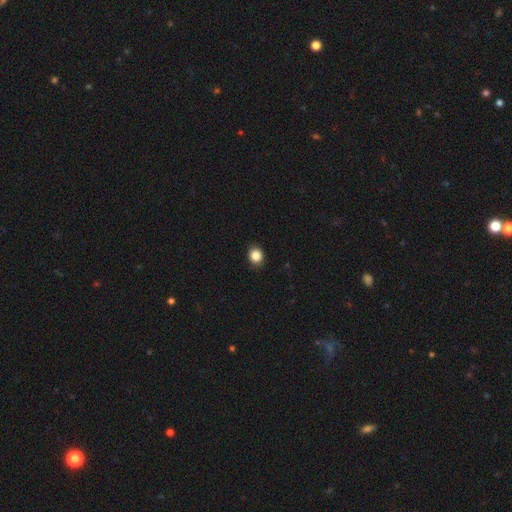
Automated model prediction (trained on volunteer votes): This appears to be a smooth galaxy with no disk features (86%) that is round (68%). Merging: none (88%).